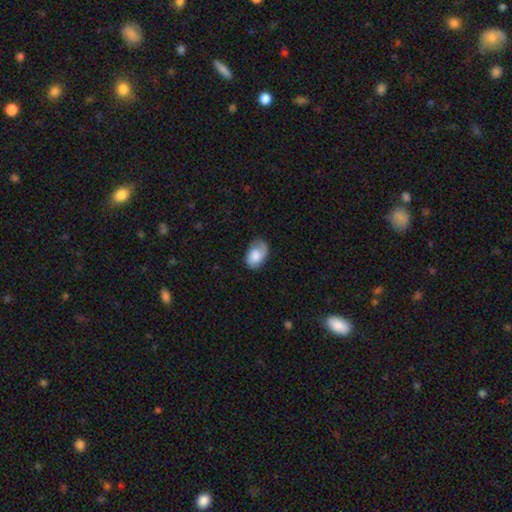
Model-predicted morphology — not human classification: smooth 60%, featured or disk 32%, star or artifact 7%. Down the decision tree: how rounded — in between (85%); merging — none (58%).